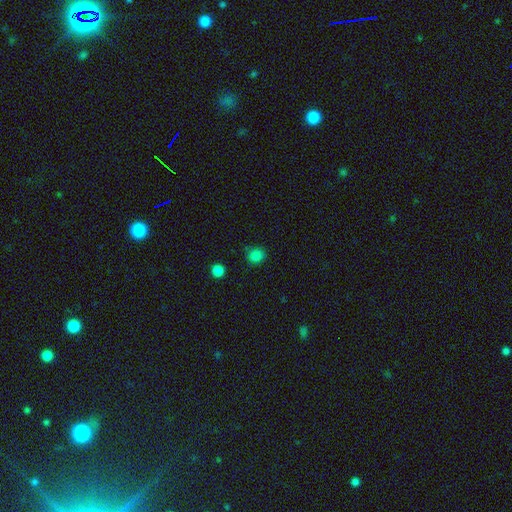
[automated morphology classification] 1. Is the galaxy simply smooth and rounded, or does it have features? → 83% smooth, 14% star or artifact, 3% featured or disk.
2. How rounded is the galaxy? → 81% round, 18% in between, 1% cigar-shaped.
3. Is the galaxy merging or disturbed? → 82% none, 12% minor disturbance, 3% major disturbance, 3% merger.